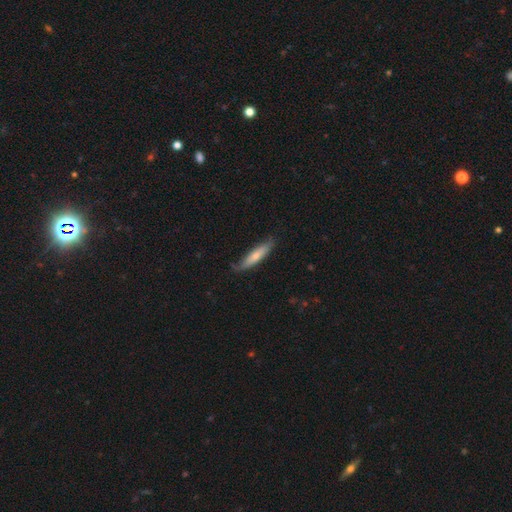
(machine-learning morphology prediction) The model was most divided on "smooth or featured": smooth: 65%, featured or disk: 29%, star or artifact: 5%. More confident: how rounded — cigar-shaped (80%); merging — none (68%).